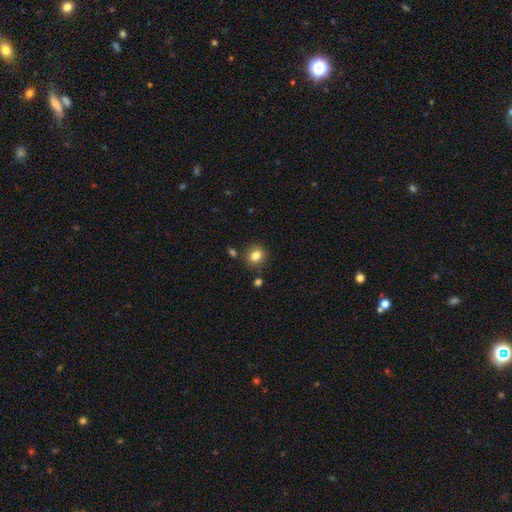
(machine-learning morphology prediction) smooth-or-featured: smooth: 82% | star or artifact: 11% | featured or disk: 7%
  how-rounded: round: 75% | in between: 24% | cigar-shaped: 1%
  merging: none: 83% | minor disturbance: 10% | merger: 5% | major disturbance: 3%